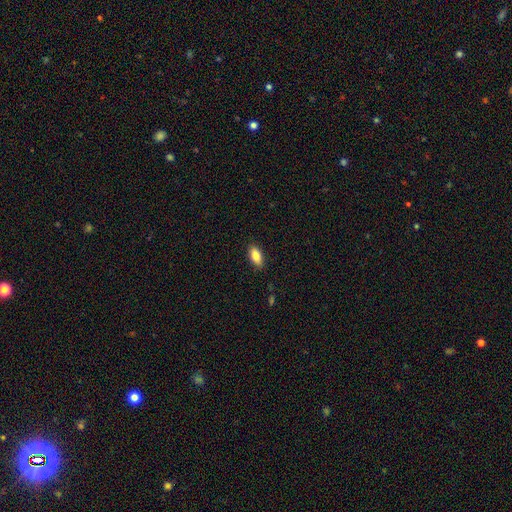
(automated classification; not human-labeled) Smooth or featured?
  - smooth: 87% *
  - star or artifact: 7%
  - featured or disk: 7%
How rounded?
  - in between: 89% *
  - cigar-shaped: 9%
  - round: 3%
Merging?
  - none: 88% *
  - minor disturbance: 9%
  - major disturbance: 2%
  - merger: 1%